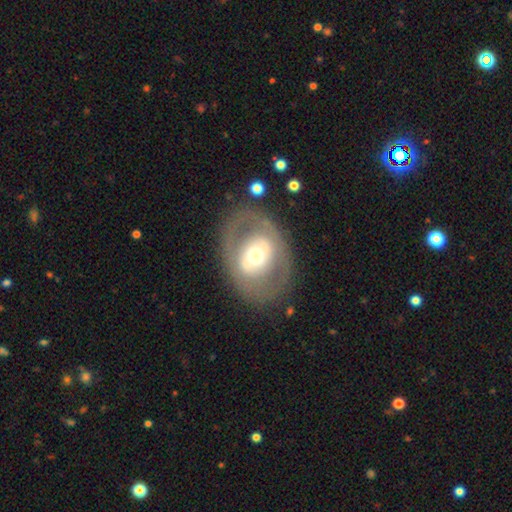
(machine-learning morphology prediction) smooth-or-featured: featured or disk: 58% | smooth: 35% | star or artifact: 6%
  disk-edge-on: no: 93% | yes: 7%
    bar: no: 62% | weak: 23% | strong: 16%
    has-spiral-arms: no: 84% | yes: 16%
    bulge-size: moderate: 64% | large: 19% | small: 13% | dominant: 2% | none: 1%
  merging: none: 78% | minor disturbance: 12% | major disturbance: 9% | merger: 2%